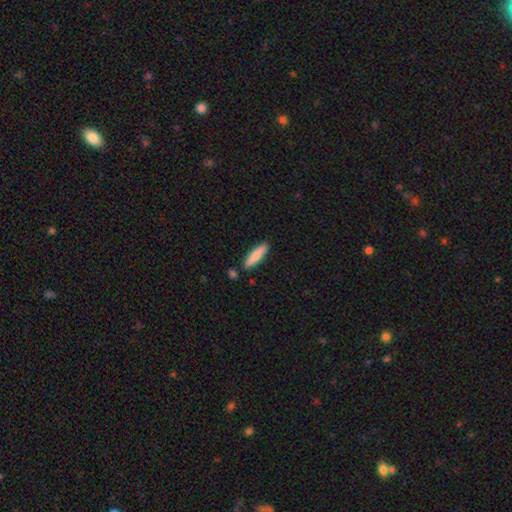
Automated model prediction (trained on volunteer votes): smooth-or-featured: smooth: 78% | featured or disk: 17% | star or artifact: 6%
  how-rounded: cigar-shaped: 73% | in between: 25% | round: 2%
  merging: none: 85% | minor disturbance: 9% | merger: 4% | major disturbance: 2%